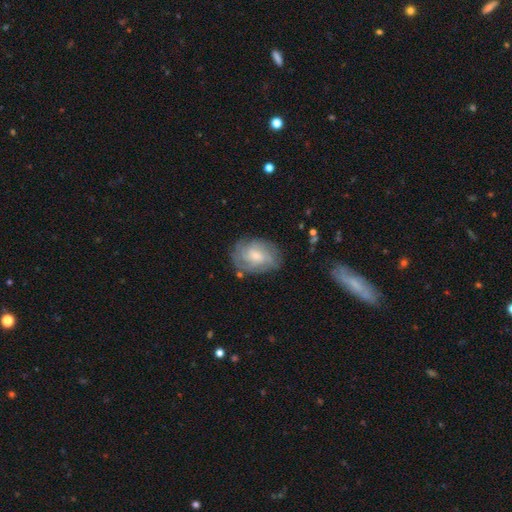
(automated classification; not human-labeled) This appears to be a featured or disk galaxy (62%) with no bar (61%), spiral arms (82%) and a small central bulge (58%). Merging: none (70%).